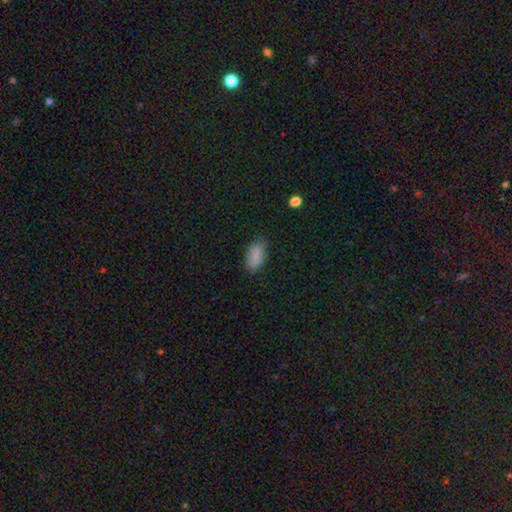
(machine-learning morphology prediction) smooth 81%, featured or disk 11%, star or artifact 8%. Down the decision tree: how rounded — in between (91%); merging — none (80%).